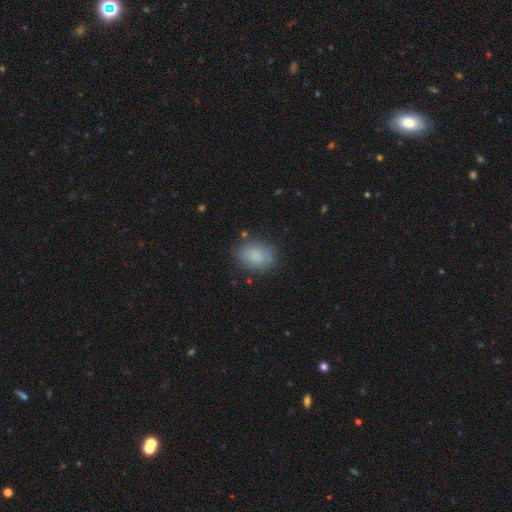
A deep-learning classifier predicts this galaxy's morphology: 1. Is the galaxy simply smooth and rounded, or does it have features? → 85% smooth, 8% featured or disk, 8% star or artifact.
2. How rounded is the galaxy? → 78% in between, 21% round, 1% cigar-shaped.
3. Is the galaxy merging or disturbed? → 79% none, 15% minor disturbance, 4% major disturbance, 2% merger.